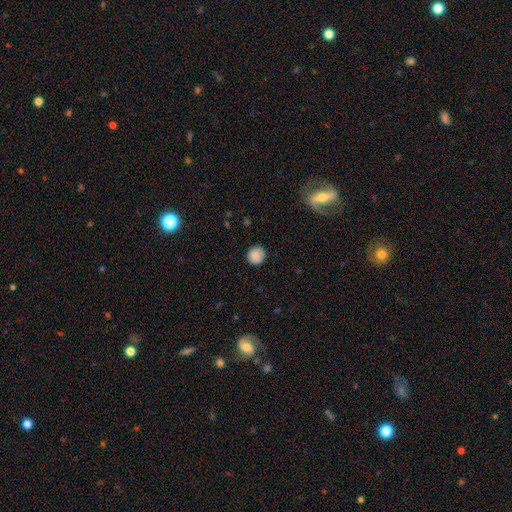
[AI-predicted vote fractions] The model was most divided on "merging": none: 84%, minor disturbance: 12%, major disturbance: 3%, merger: 1%. More confident: how rounded — round (91%); smooth or featured — smooth (85%).